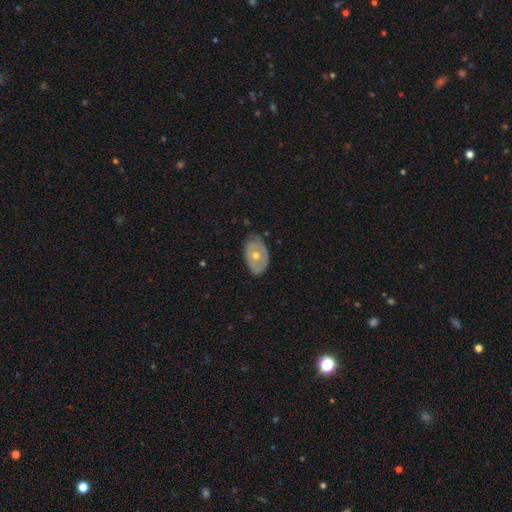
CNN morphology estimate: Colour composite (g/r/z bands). It shows a featured or disk galaxy (54%). Merging: none (78%).